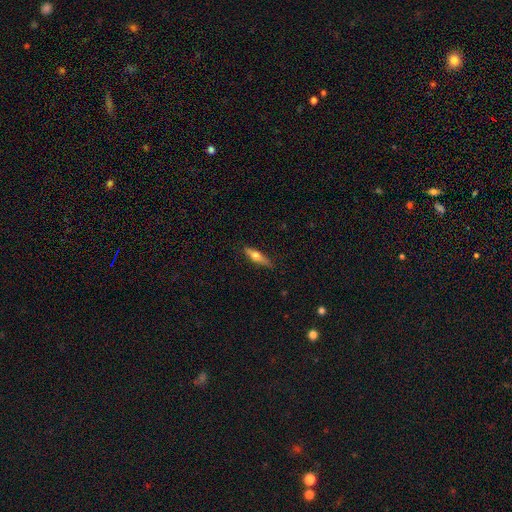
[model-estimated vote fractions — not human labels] smooth-or-featured: smooth: 49% | featured or disk: 45% | star or artifact: 6%
  merging: none: 84% | minor disturbance: 13% | major disturbance: 2% | merger: 1%